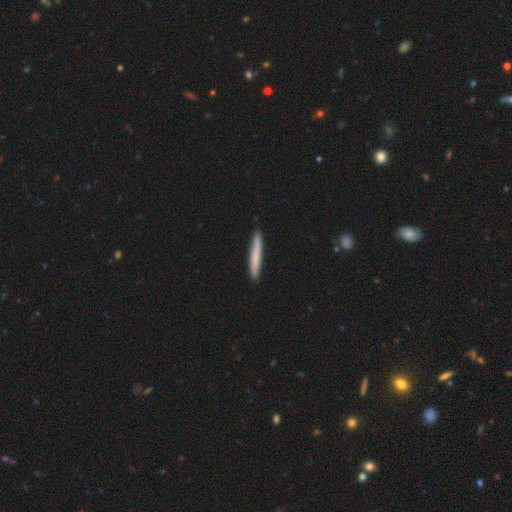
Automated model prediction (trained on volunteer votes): A smooth galaxy with no disk features (74%) that is cigar-shaped (96%).

Vote fractions:
- Smooth or featured? smooth: 74% / featured or disk: 20% / star or artifact: 5%
- How rounded? cigar-shaped: 96% / in between: 3% / round: 1%
- Merging? none: 90% / minor disturbance: 7% / major disturbance: 1% / merger: 1%